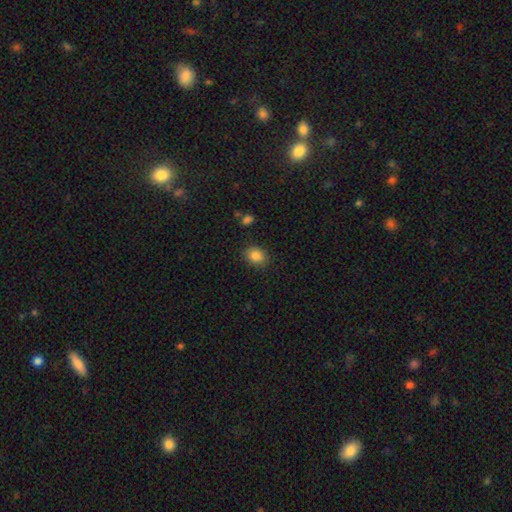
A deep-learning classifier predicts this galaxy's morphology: Smooth or featured? smooth (86%)
How rounded? in between (54%)
Merging? none (86%)